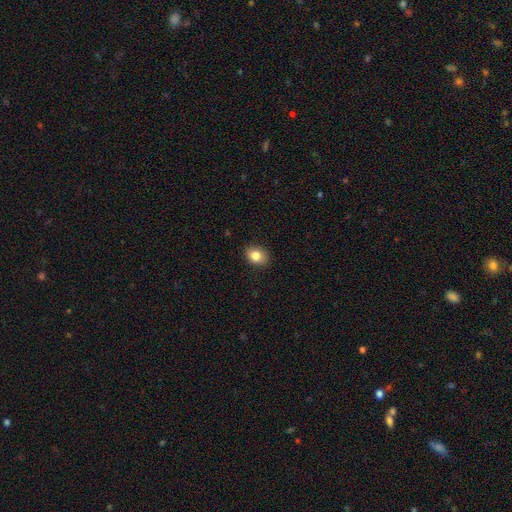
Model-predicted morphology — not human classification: The model was most divided on "how rounded": in between: 64%, round: 35%, cigar-shaped: 1%. More confident: merging — none (88%); smooth or featured — smooth (84%).